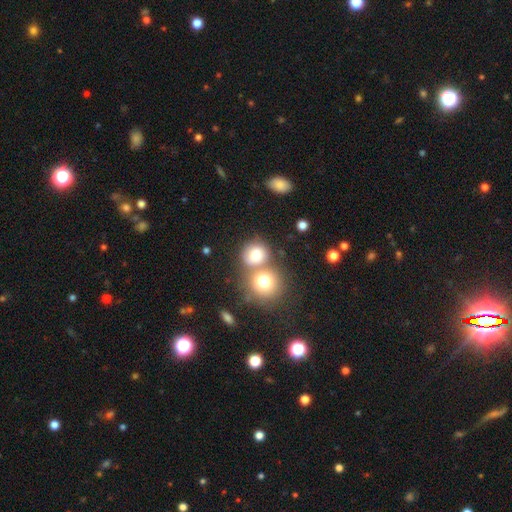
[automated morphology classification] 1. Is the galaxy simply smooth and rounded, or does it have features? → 76% smooth, 12% featured or disk, 11% star or artifact.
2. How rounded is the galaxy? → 73% round, 26% in between, 1% cigar-shaped.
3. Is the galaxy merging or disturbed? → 50% merger, 36% none, 9% minor disturbance, 5% major disturbance.